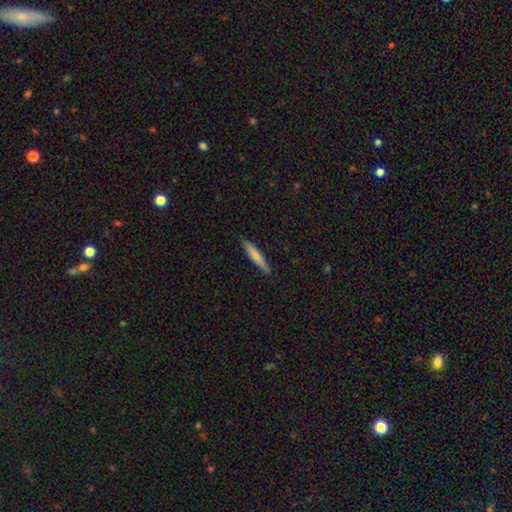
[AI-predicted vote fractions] Smooth or featured? Predicted: smooth (p=0.72). How rounded? Predicted: cigar-shaped (p=0.93). Merging? Predicted: none (p=0.89).